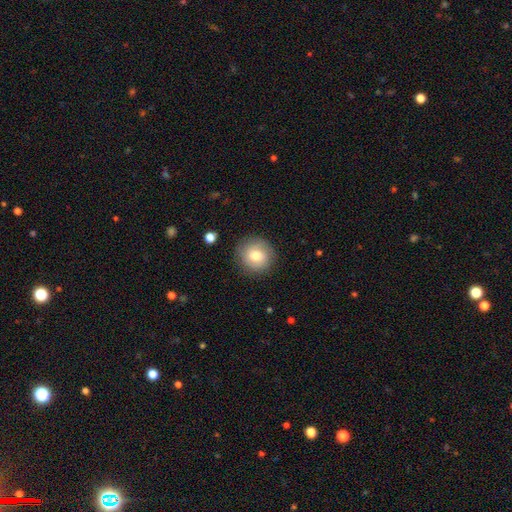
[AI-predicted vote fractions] This appears to be a smooth galaxy with no disk features (67%) that is round (89%). Merging: none (84%).